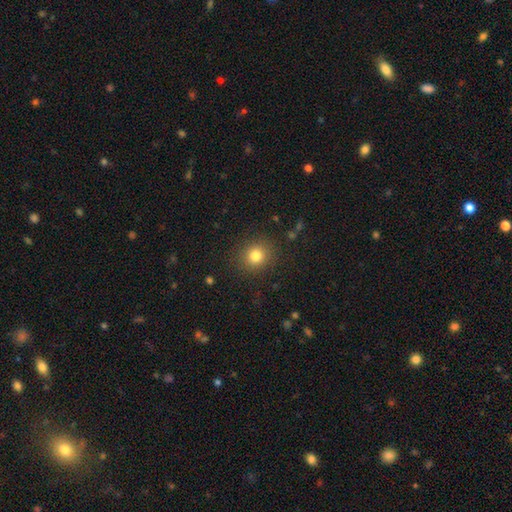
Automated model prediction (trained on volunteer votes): Smooth or featured? Predicted: smooth (p=0.81). How rounded? Predicted: round (p=0.85). Merging? Predicted: none (p=0.88).